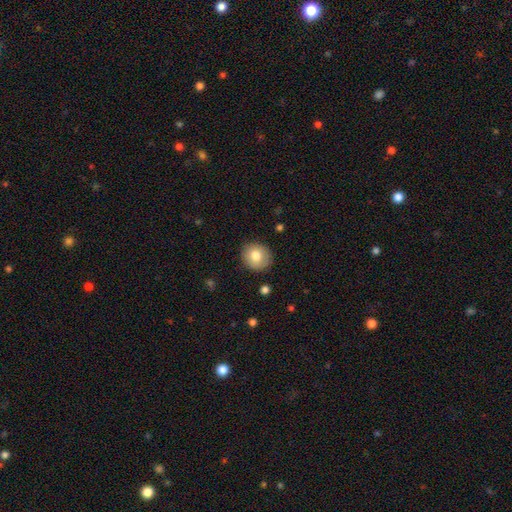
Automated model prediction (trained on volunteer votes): smooth_or_featured: smooth (p=0.80) [alt: featured or disk p=0.12]
how_rounded: round (p=0.83) [alt: in between p=0.16]
merging: none (p=0.88) [alt: minor disturbance p=0.09]